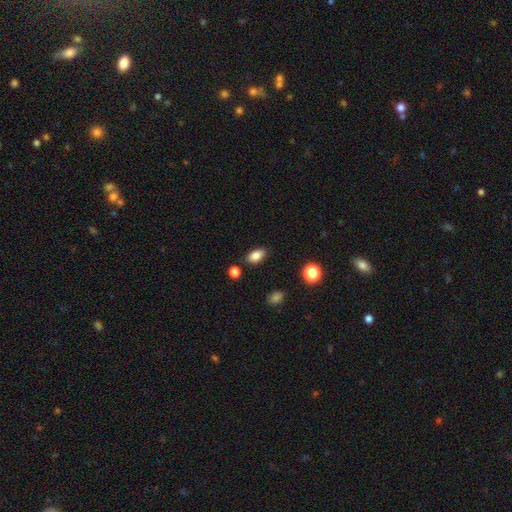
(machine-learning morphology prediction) type=smooth (83%); roundness=in between (87%); merging=none (83%).